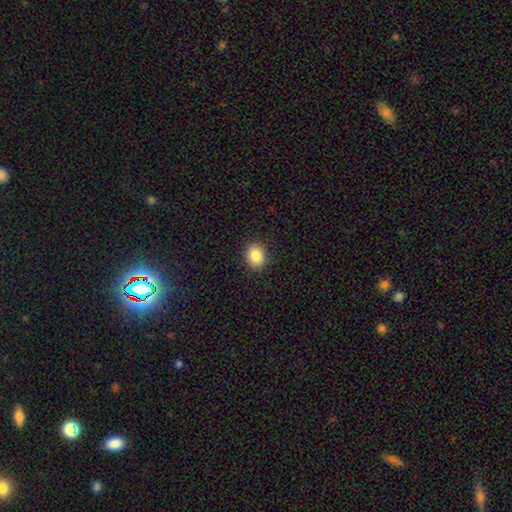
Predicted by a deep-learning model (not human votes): Q: Smooth or featured?
A: smooth (85%); runner-up: star or artifact (9%)
Q: How rounded?
A: round (63%); runner-up: in between (36%)
Q: Merging?
A: none (91%); runner-up: minor disturbance (7%)